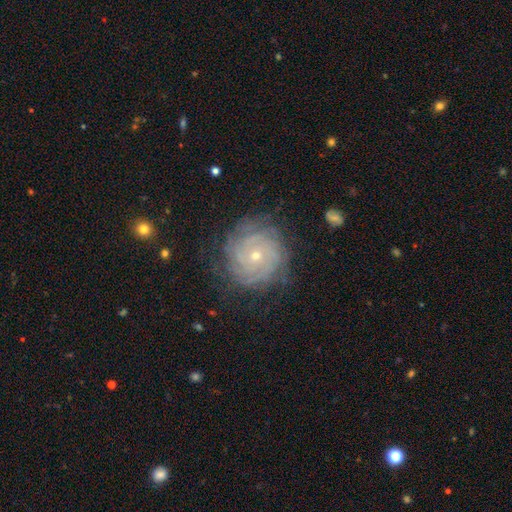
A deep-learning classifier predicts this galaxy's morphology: Overall: featured or disk (82%). Edge-on disk: no (98%). Bar: no (80%). Spiral arms: yes (95%). Spiral arm count: can't tell (34%; 4 20%). Spiral winding: tight (82%). Bulge size: small (70%). Merging: none (80%).